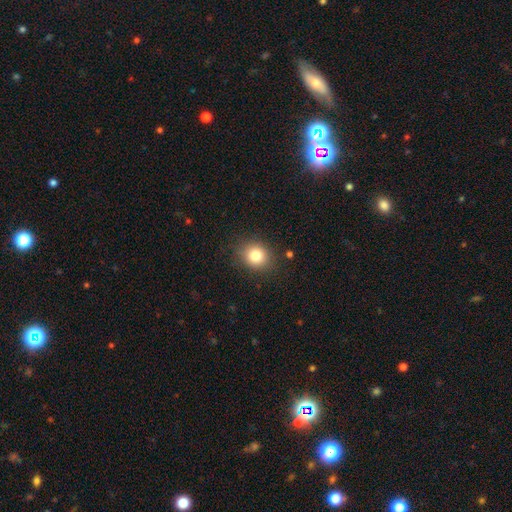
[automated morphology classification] Overall: smooth (81%). How rounded: round (73%). Merging: none (87%).